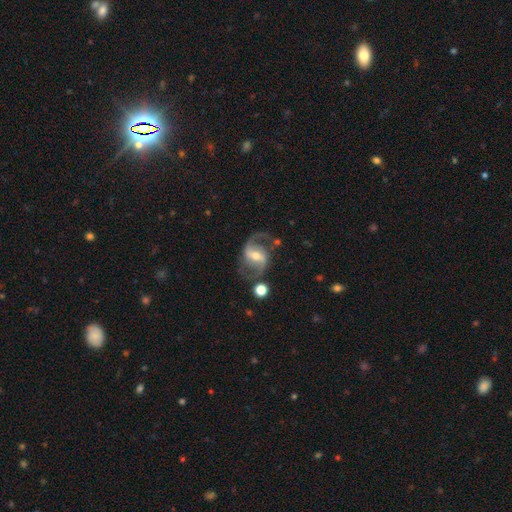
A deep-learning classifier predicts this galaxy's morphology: A featured or disk galaxy (88%) with a strong bar (47%), 2 (92%) medium (48%) spiral arms (96%) and a moderate central bulge (59%).

Vote fractions:
- Smooth or featured? featured or disk: 88% / smooth: 6% / star or artifact: 6%
- Edge-on disk? no: 97% / yes: 3%
- Bar? strong: 47% / weak: 39% / no: 14%
- Spiral arms? yes: 96% / no: 4%
- Spiral winding? medium: 48% / loose: 42% / tight: 10%
- Spiral arm count? 2: 92% / can't tell: 2% / 1: 2% / 3: 1% / 4: 1% / more than 4: 1%
- Bulge size? moderate: 59% / small: 34% / large: 5% / none: 2% / dominant: 1%
- Merging? none: 73% / minor disturbance: 14% / major disturbance: 9% / merger: 4%